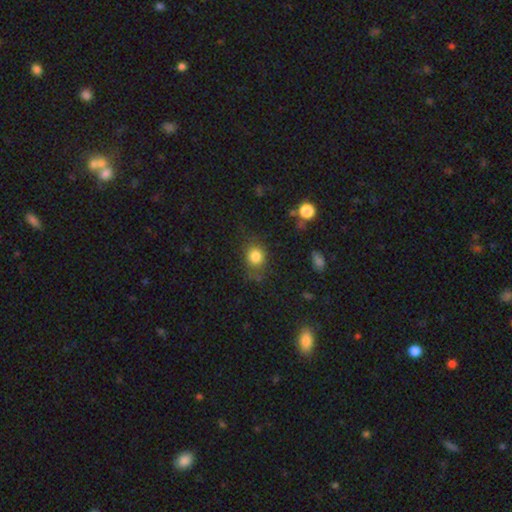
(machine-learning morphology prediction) smooth_or_featured: smooth (p=0.81) [alt: star or artifact p=0.11]
how_rounded: round (p=0.69) [alt: in between p=0.30]
merging: none (p=0.71) [alt: minor disturbance p=0.19]